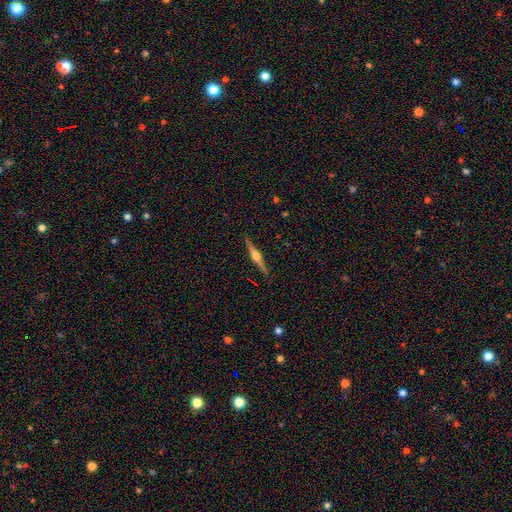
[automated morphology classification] Smooth or featured? featured or disk (80%)
Edge-on disk? yes (98%)
Edge-on bulge? rounded (94%)
Merging? none (91%)